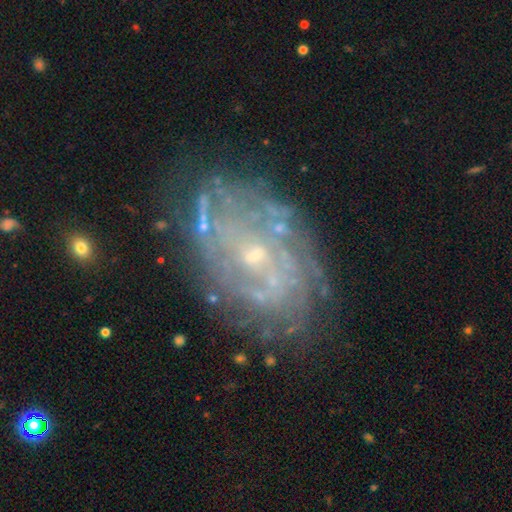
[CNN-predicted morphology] Overall: featured or disk (83%). Edge-on disk: no (96%). Bar: no (69%). Spiral arms: yes (85%). Spiral arm count: can't tell (48%; 2 16%). Spiral winding: tight (67%). Bulge size: small (74%). Merging: none (74%).